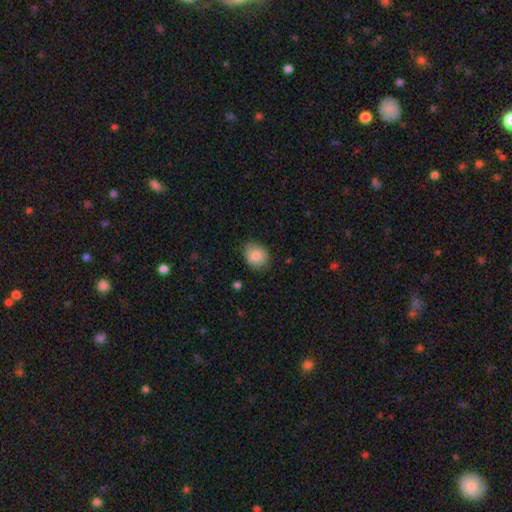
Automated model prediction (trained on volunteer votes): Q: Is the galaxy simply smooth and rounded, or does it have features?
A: smooth — 84%.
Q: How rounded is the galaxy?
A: round — 65%.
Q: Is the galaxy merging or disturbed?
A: none — 79%.